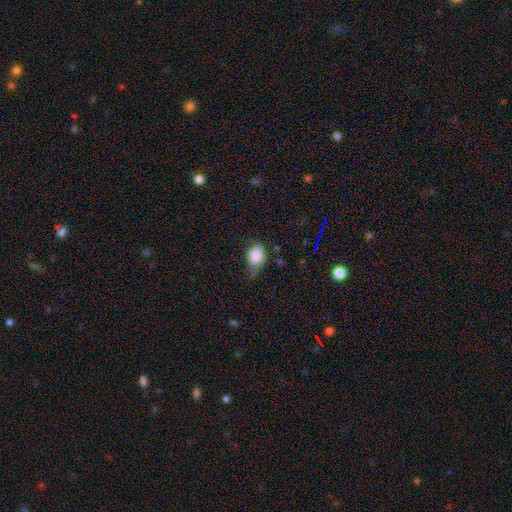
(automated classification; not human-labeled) Q: Smooth or featured?
A: smooth (81%); runner-up: featured or disk (11%)
Q: How rounded?
A: in between (67%); runner-up: round (32%)
Q: Merging?
A: minor disturbance (44%); runner-up: none (36%)